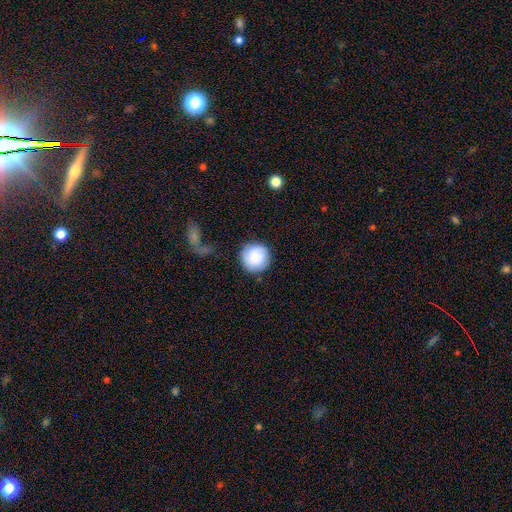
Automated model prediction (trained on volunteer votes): Smooth or featured?
  - smooth: 81% *
  - featured or disk: 12%
  - star or artifact: 7%
How rounded?
  - round: 95% *
  - in between: 4%
  - cigar-shaped: 1%
Merging?
  - none: 81% *
  - minor disturbance: 12%
  - major disturbance: 4%
  - merger: 3%